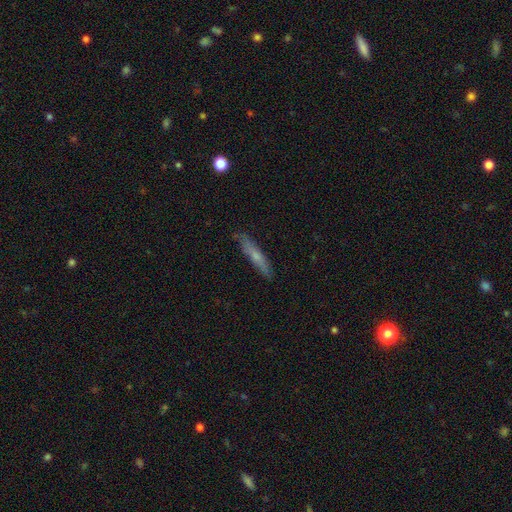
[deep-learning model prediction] This appears to be a smooth galaxy with no disk features (53%) that is cigar-shaped (91%). Merging: none (82%).